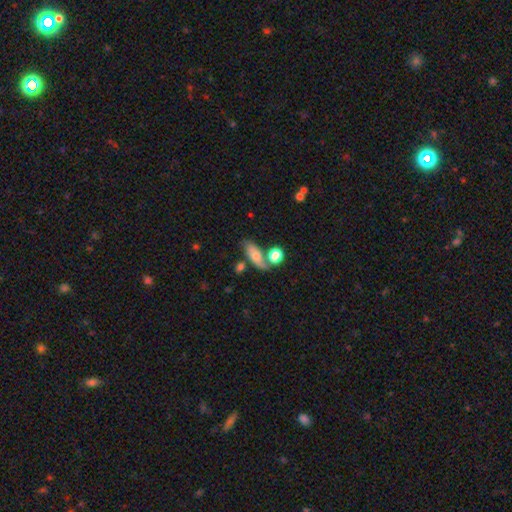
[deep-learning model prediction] Overall: smooth (59%; featured or disk 32%). How rounded: in between (72%). Merging: none (51%; merger 21%).